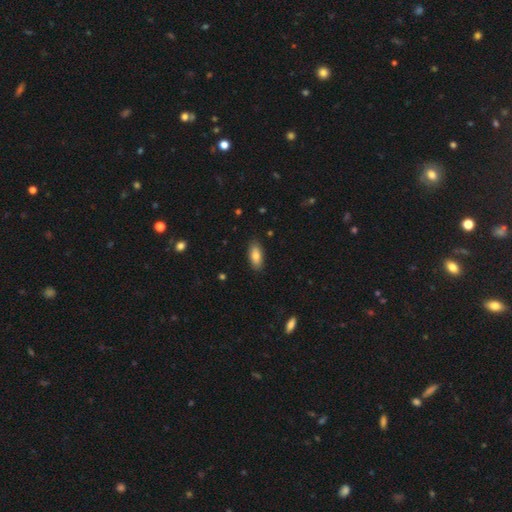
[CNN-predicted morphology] This appears to be a smooth galaxy with no disk features (80%) that is in between round and cigar-shaped (86%). Merging: none (87%).